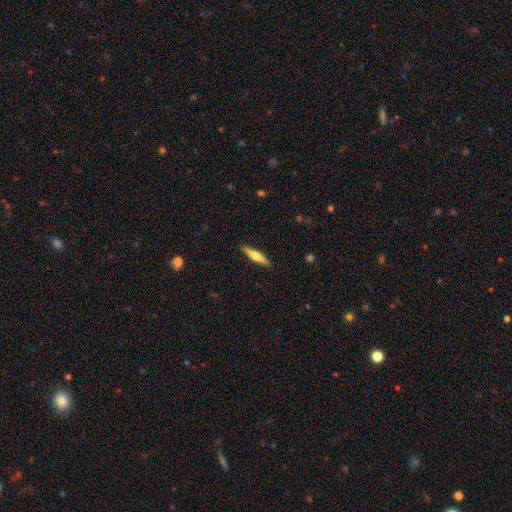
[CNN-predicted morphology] smooth_or_featured: smooth (p=0.57) [alt: featured or disk p=0.38]
how_rounded: cigar-shaped (p=0.80) [alt: in between p=0.18]
merging: none (p=0.89) [alt: minor disturbance p=0.08]